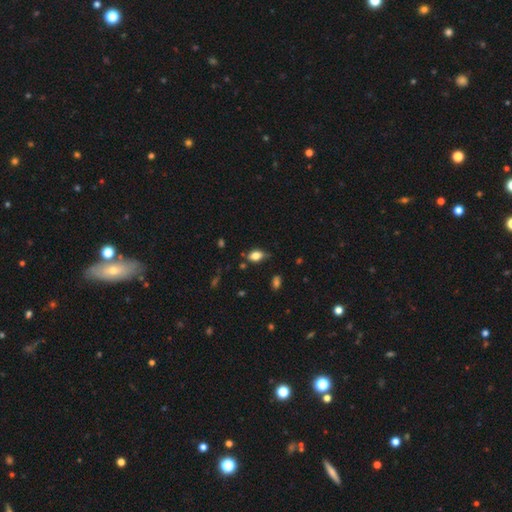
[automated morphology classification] smooth 76%, featured or disk 14%, star or artifact 10%. Down the decision tree: how rounded — in between (82%); merging — none (60%).